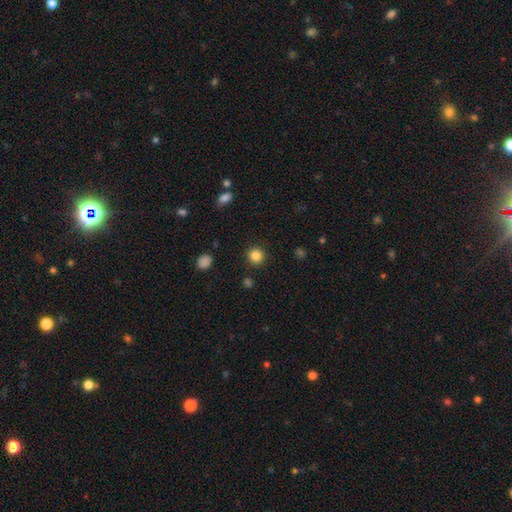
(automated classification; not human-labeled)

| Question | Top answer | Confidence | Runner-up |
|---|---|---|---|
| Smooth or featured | smooth | 85% | star or artifact (11%) |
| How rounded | round | 94% | in between (6%) |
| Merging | none | 91% | minor disturbance (6%) |